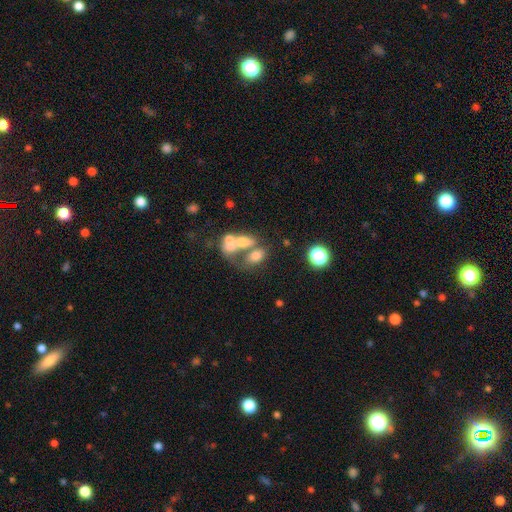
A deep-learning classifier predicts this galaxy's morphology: Smooth or featured?
  - smooth: 61% *
  - featured or disk: 25%
  - star or artifact: 14%
How rounded?
  - in between: 83% *
  - round: 13%
  - cigar-shaped: 3%
Merging?
  - merger: 55% *
  - none: 24%
  - major disturbance: 11%
  - minor disturbance: 10%